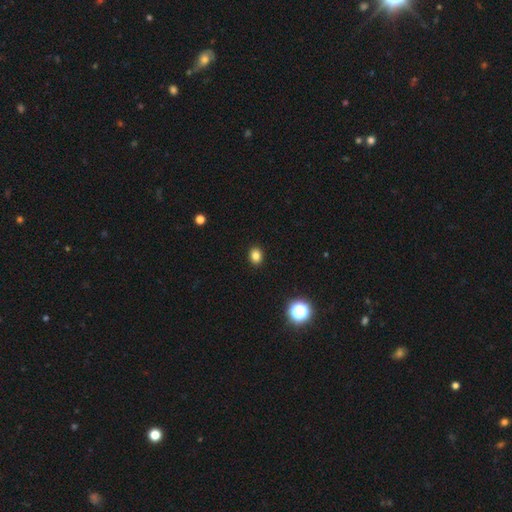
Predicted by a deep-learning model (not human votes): smooth_or_featured: smooth (p=0.83) [alt: star or artifact p=0.12]
how_rounded: round (p=0.50) [alt: in between p=0.49]
merging: none (p=0.91) [alt: minor disturbance p=0.06]